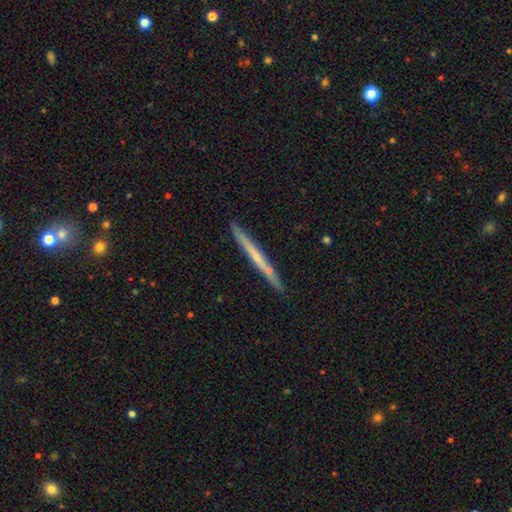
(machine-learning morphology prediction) Q: Smooth or featured?
A: featured or disk (52%); runner-up: smooth (42%)
Q: Edge-on disk?
A: yes (96%); runner-up: no (4%)
Q: Edge-on bulge?
A: none (81%); runner-up: rounded (13%)
Q: Merging?
A: none (87%); runner-up: minor disturbance (9%)